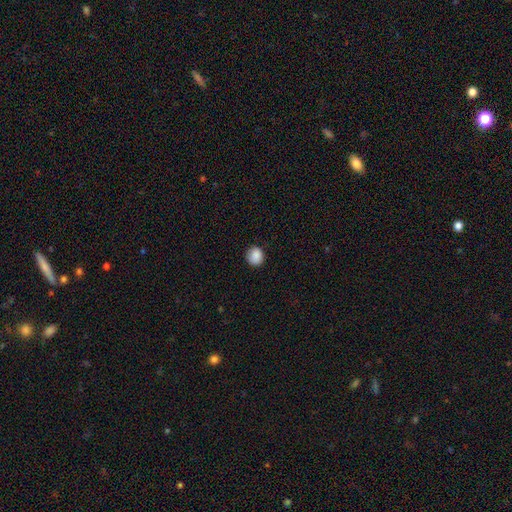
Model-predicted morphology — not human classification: Q: Smooth or featured?
A: smooth (89%); runner-up: star or artifact (9%)
Q: How rounded?
A: round (86%); runner-up: in between (13%)
Q: Merging?
A: none (89%); runner-up: minor disturbance (8%)